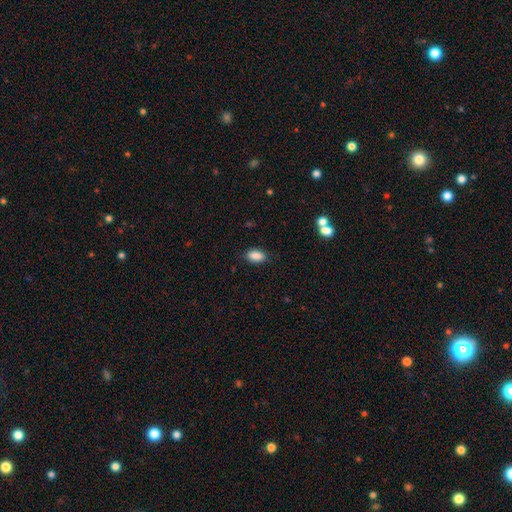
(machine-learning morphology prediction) A smooth galaxy with no disk features (88%) that is in between round and cigar-shaped (90%). Merging: none (84%).